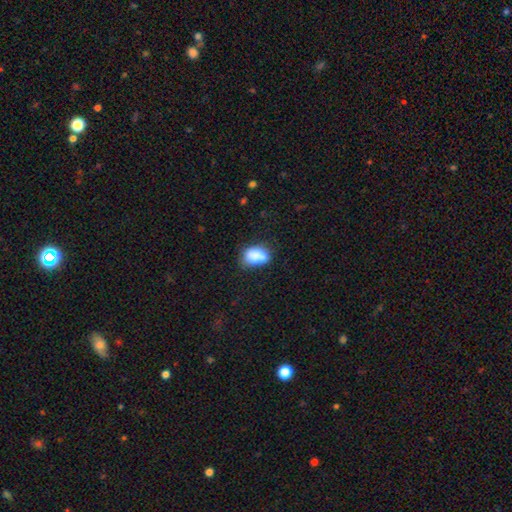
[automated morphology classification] Smooth or featured: smooth — 81% (featured or disk — 10%)
How rounded: in between — 78% (round — 20%)
Merging: none — 51% (minor disturbance — 25%)